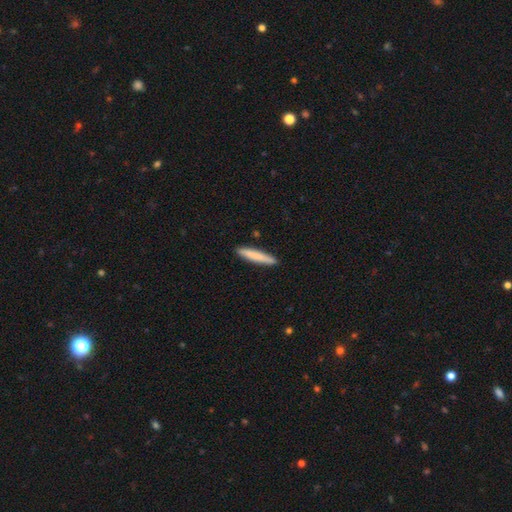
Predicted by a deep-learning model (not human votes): The model was most divided on "smooth or featured": smooth: 81%, featured or disk: 14%, star or artifact: 5%. More confident: how rounded — cigar-shaped (94%); merging — none (90%).